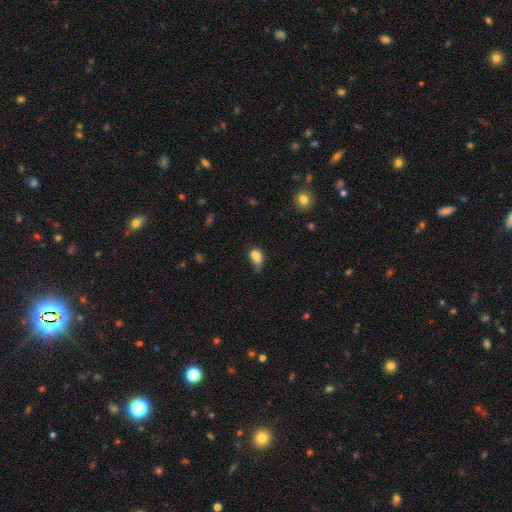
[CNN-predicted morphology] smooth 78%, featured or disk 11%, star or artifact 11%. Down the decision tree: how rounded — in between (69%); merging — minor disturbance (35%).